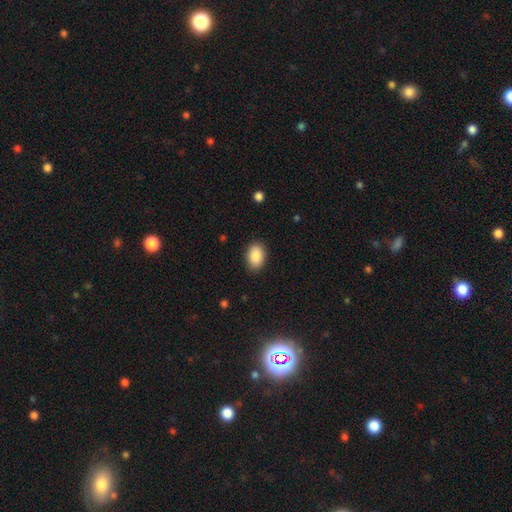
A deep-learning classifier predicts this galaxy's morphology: A smooth galaxy with no disk features (89%) that is in between round and cigar-shaped (87%). Merging: none (87%).